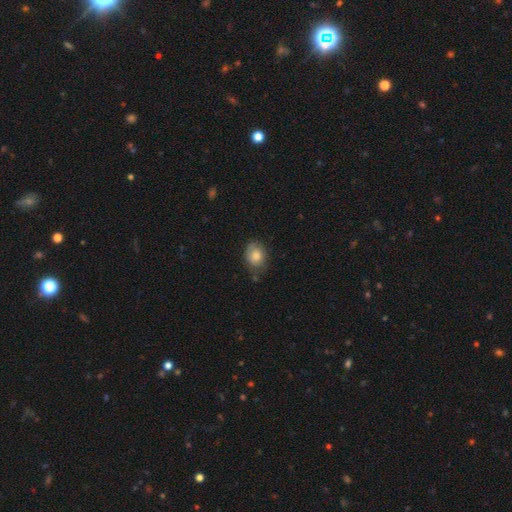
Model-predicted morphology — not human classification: This is likely a smooth galaxy (78%). How rounded: possibly in between (50%). Merging: likely none (65%).